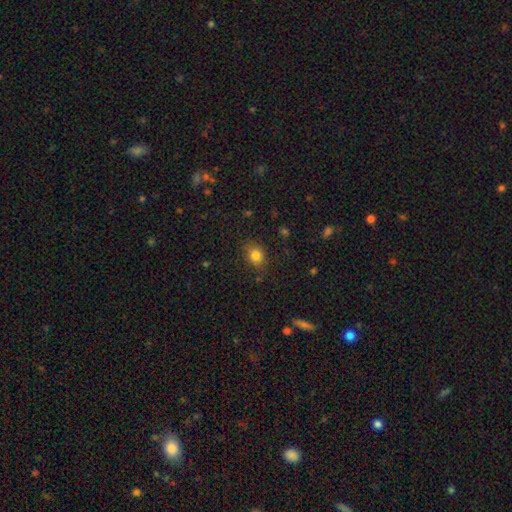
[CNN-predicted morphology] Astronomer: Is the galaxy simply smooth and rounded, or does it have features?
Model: smooth — 81%.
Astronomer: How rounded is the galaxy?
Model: round — 52% (runner-up: in between, 47%).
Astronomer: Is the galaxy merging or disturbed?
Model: none — 79%.